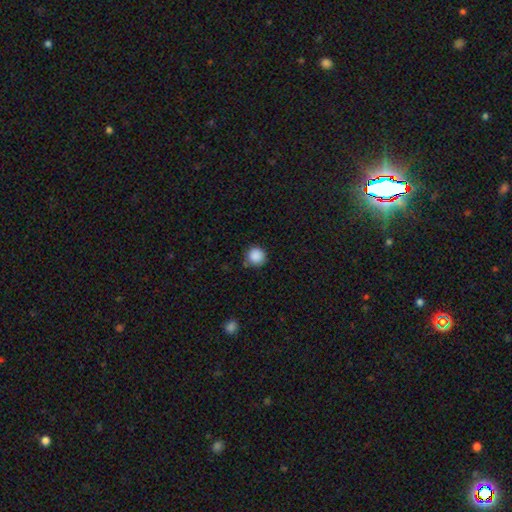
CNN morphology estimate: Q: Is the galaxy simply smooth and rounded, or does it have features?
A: smooth — 87%.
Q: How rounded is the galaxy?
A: round — 95%.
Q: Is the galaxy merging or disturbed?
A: none — 85%.